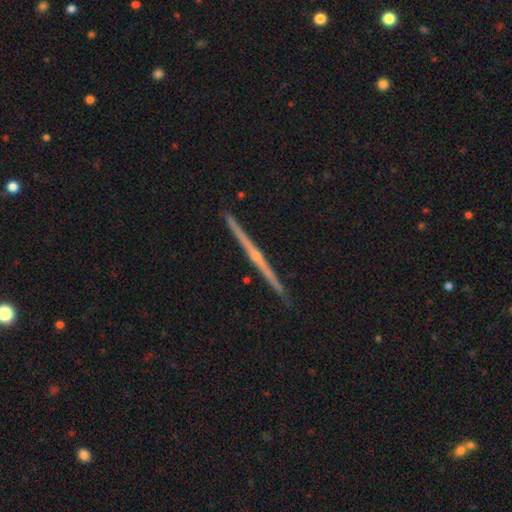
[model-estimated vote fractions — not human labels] A featured or disk galaxy (82%) viewed edge-on (99%) with a rounded central bulge (62%).

Vote fractions:
- Smooth or featured? featured or disk: 82% / smooth: 12% / star or artifact: 6%
- Edge-on disk? yes: 99% / no: 1%
- Edge-on bulge? rounded: 62% / none: 32% / boxy: 6%
- Merging? none: 93% / minor disturbance: 5% / merger: 1% / major disturbance: 1%